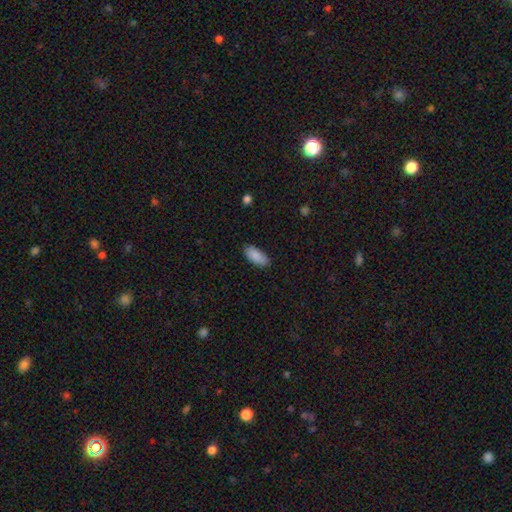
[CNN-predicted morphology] The model was most divided on "merging": none: 85%, minor disturbance: 12%, major disturbance: 2%, merger: 1%. More confident: how rounded — in between (90%); smooth or featured — smooth (88%).